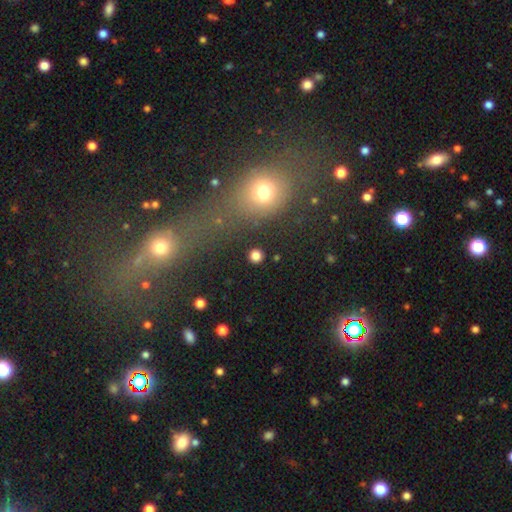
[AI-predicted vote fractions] smooth_or_featured: smooth (p=0.81) [alt: star or artifact p=0.14]
how_rounded: round (p=0.92) [alt: in between p=0.07]
merging: none (p=0.91) [alt: minor disturbance p=0.05]